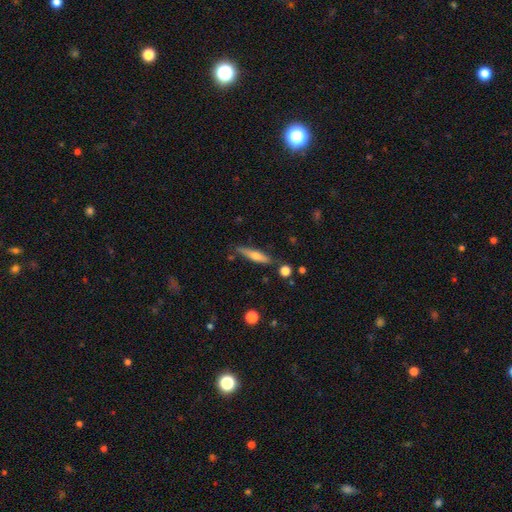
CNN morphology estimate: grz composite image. It shows a smooth galaxy with no disk features (52%) that is cigar-shaped (82%). Merging: none (79%).